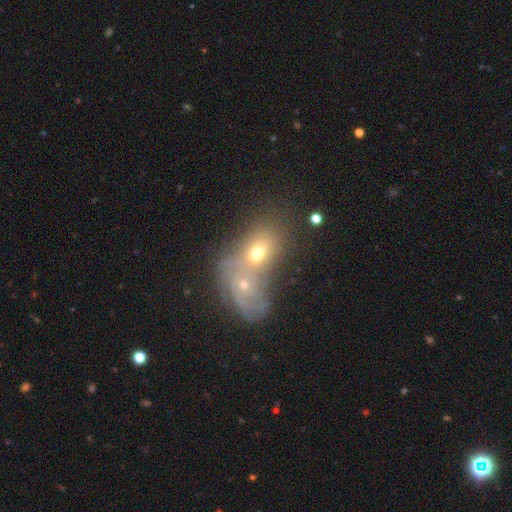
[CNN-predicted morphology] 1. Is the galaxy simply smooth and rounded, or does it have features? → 47% smooth, 32% featured or disk, 21% star or artifact.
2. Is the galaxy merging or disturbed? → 69% merger, 22% none, 6% minor disturbance, 4% major disturbance.